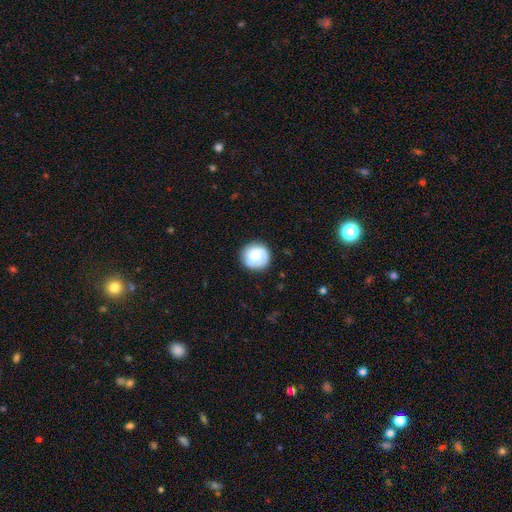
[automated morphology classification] Q: Smooth or featured?
A: smooth (53%); runner-up: featured or disk (39%)
Q: How rounded?
A: round (90%); runner-up: in between (9%)
Q: Merging?
A: none (81%); runner-up: minor disturbance (13%)